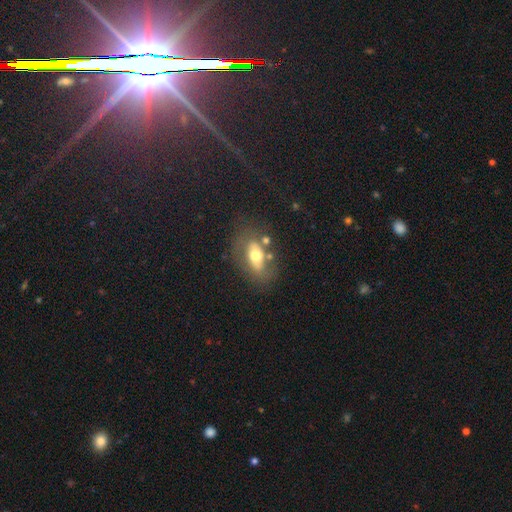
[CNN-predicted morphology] Smooth or featured: smooth — 49% (featured or disk — 42%)
Merging: none — 62% (minor disturbance — 18%)